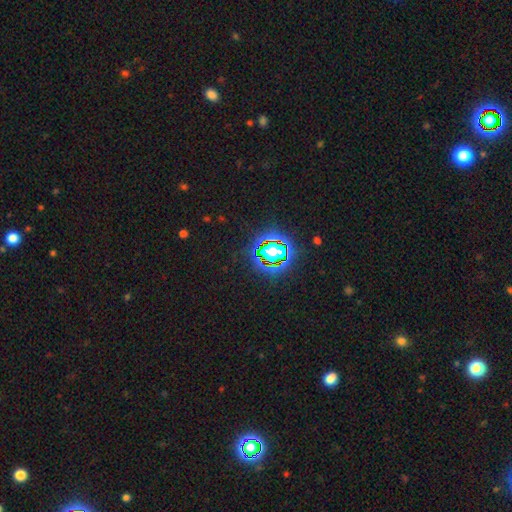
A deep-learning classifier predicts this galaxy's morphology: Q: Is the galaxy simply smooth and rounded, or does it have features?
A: star or artifact — 81%.